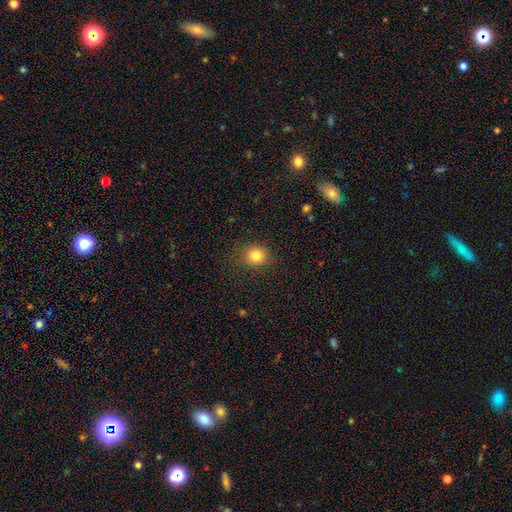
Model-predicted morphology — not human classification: Overall: smooth (84%). How rounded: round (83%). Merging: none (86%).